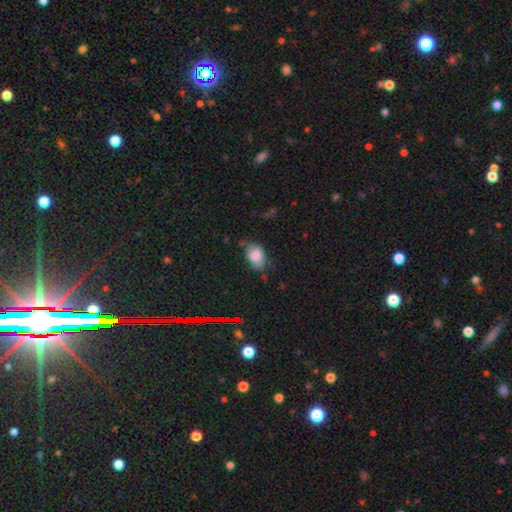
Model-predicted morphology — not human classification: smooth_or_featured: smooth (p=0.81) [alt: featured or disk p=0.10]
how_rounded: in between (p=0.86) [alt: round p=0.12]
merging: none (p=0.59) [alt: minor disturbance p=0.30]